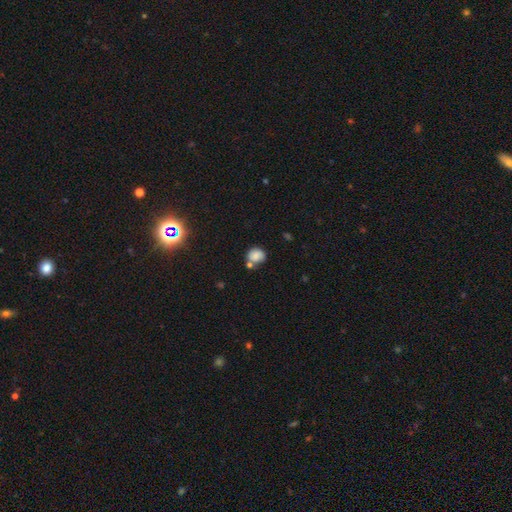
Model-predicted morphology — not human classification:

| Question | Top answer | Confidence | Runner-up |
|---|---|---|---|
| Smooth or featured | smooth | 77% | star or artifact (12%) |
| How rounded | round | 70% | in between (29%) |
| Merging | none | 51% | merger (24%) |